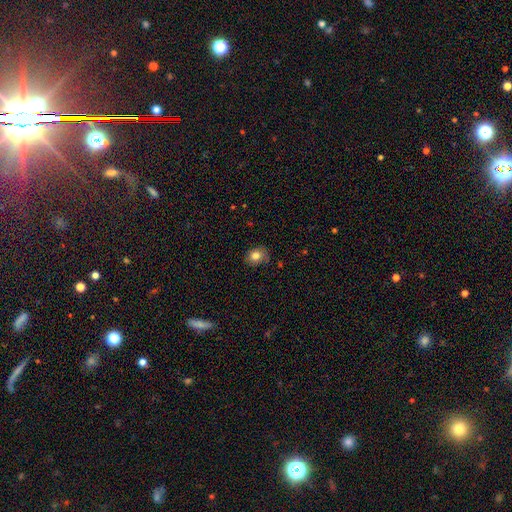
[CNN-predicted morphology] Smooth or featured?
  - smooth: 80% *
  - featured or disk: 11%
  - star or artifact: 10%
How rounded?
  - round: 56% *
  - in between: 43%
  - cigar-shaped: 1%
Merging?
  - none: 73% *
  - minor disturbance: 21%
  - major disturbance: 5%
  - merger: 1%